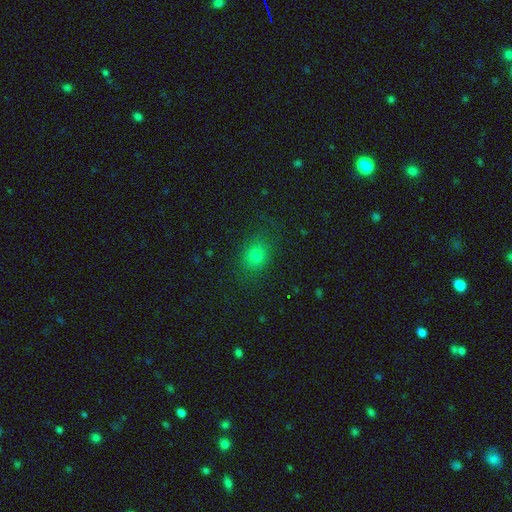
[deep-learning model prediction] Smooth or featured: smooth — 75% (star or artifact — 17%)
How rounded: round — 56% (in between — 43%)
Merging: none — 81% (minor disturbance — 13%)